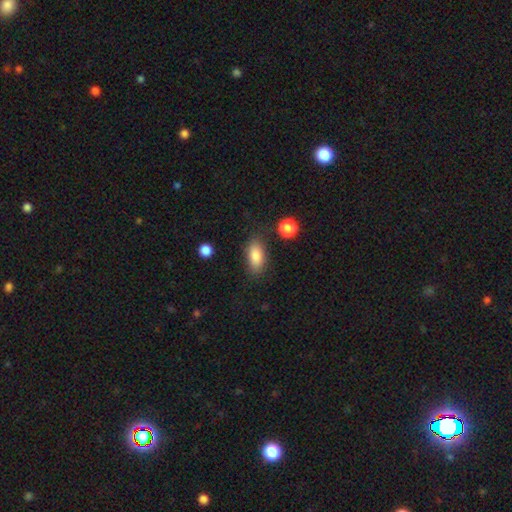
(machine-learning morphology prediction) A smooth galaxy with no disk features (84%) that is in between round and cigar-shaped (86%). Merging: none (80%).